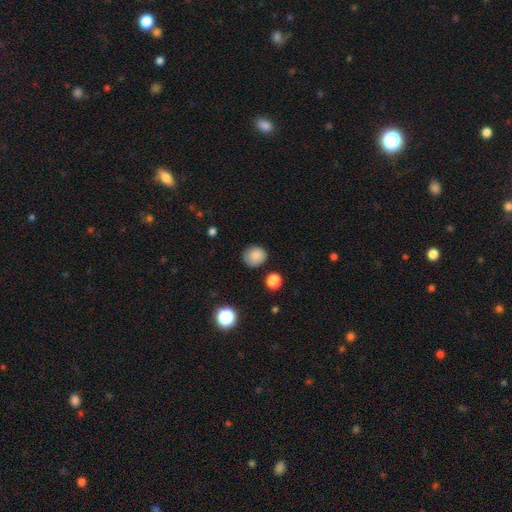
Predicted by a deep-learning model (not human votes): Smooth or featured: smooth — 83% (star or artifact — 10%)
How rounded: round — 82% (in between — 17%)
Merging: none — 77% (minor disturbance — 17%)